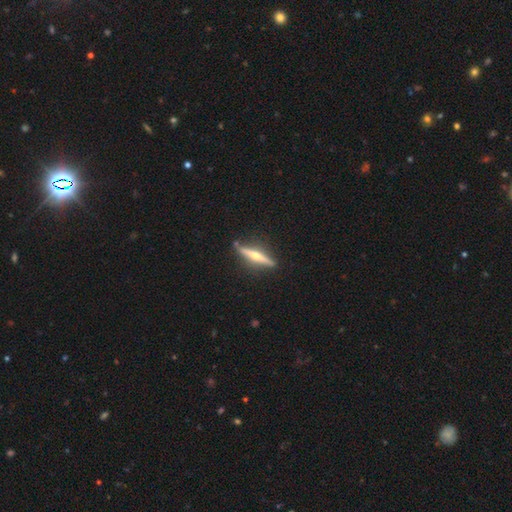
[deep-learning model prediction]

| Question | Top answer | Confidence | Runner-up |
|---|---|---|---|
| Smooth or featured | featured or disk | 77% | smooth (18%) |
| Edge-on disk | yes | 97% | no (3%) |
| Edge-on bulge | rounded | 93% | none (4%) |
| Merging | none | 87% | minor disturbance (9%) |